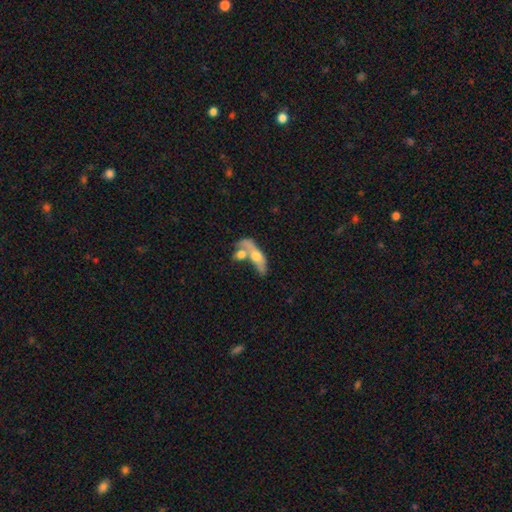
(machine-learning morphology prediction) smooth 48%, featured or disk 44%, star or artifact 8%. Down the decision tree: merging — merger (56%).